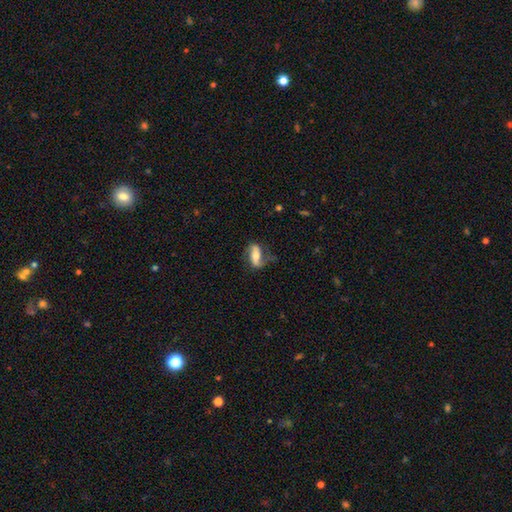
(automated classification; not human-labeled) This appears to be a featured or disk galaxy (66%) with a strong bar (46%), spiral arms (86%) and a moderate central bulge (58%). Merging: none (61%).